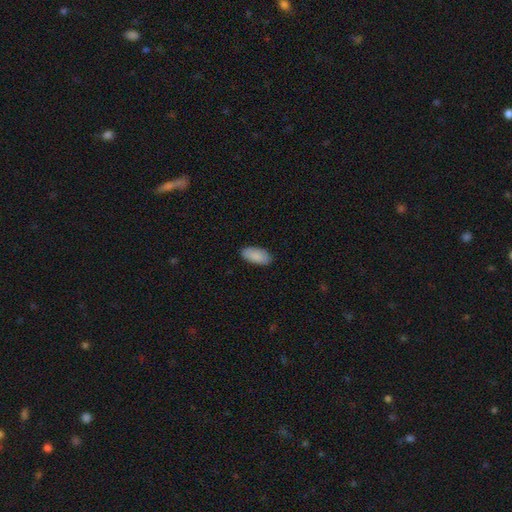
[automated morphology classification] Smooth or featured? Predicted: smooth (p=0.89). How rounded? Predicted: in between (p=0.93). Merging? Predicted: none (p=0.87).